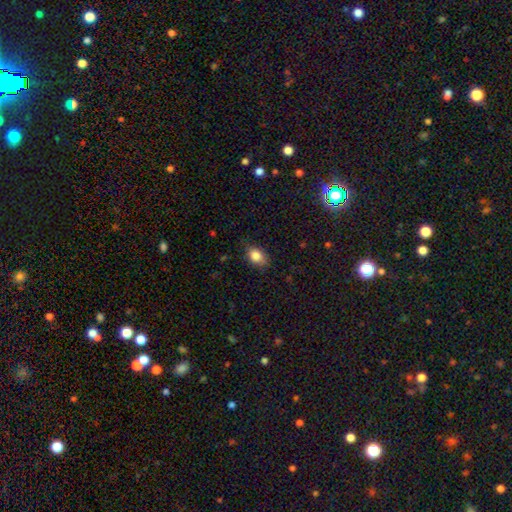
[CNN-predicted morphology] Overall: smooth (84%). How rounded: in between (76%). Merging: none (75%).